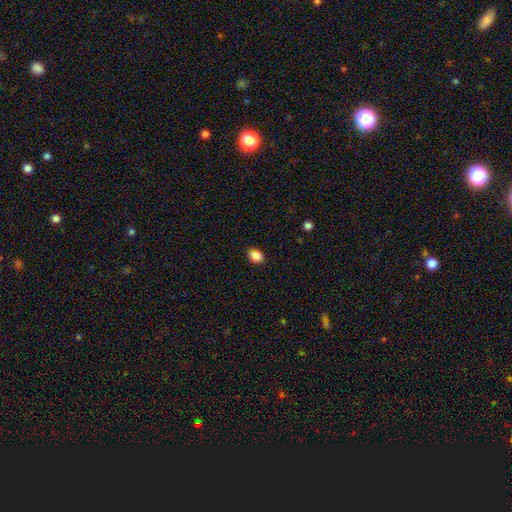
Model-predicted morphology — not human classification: A smooth galaxy with no disk features (86%) that is in between round and cigar-shaped (69%).

Vote fractions:
- Smooth or featured? smooth: 86% / star or artifact: 9% / featured or disk: 5%
- How rounded? in between: 69% / round: 30% / cigar-shaped: 1%
- Merging? none: 87% / minor disturbance: 10% / major disturbance: 2% / merger: 1%